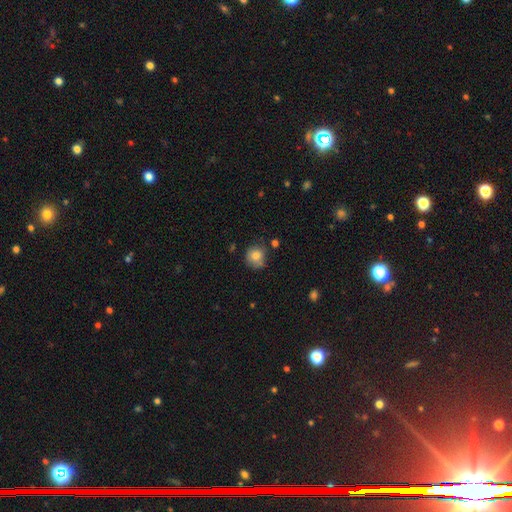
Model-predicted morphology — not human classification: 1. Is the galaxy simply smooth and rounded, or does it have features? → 79% smooth, 11% featured or disk, 10% star or artifact.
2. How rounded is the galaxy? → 86% round, 13% in between, 1% cigar-shaped.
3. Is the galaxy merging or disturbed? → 69% none, 20% minor disturbance, 6% merger, 5% major disturbance.